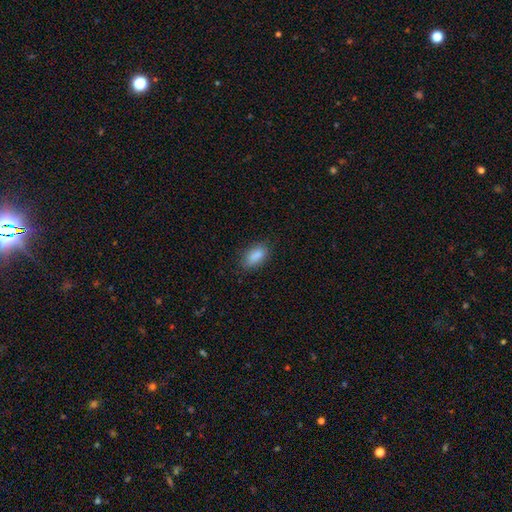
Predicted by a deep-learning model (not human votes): A smooth galaxy with no disk features (87%) that is in between round and cigar-shaped (88%).

Vote fractions:
- Smooth or featured? smooth: 87% / star or artifact: 7% / featured or disk: 5%
- How rounded? in between: 88% / cigar-shaped: 8% / round: 4%
- Merging? none: 80% / minor disturbance: 15% / major disturbance: 3% / merger: 1%